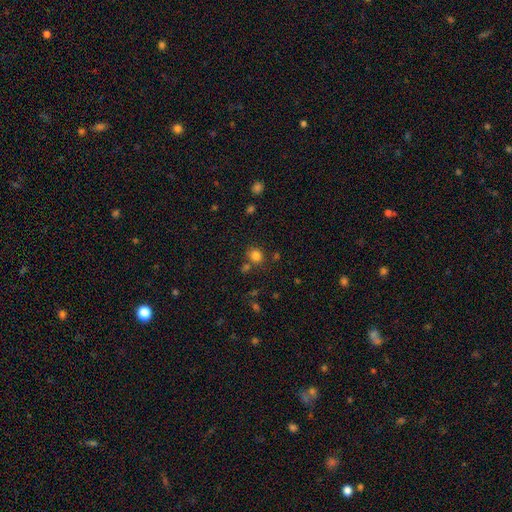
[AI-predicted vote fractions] smooth_or_featured: smooth (p=0.81) [alt: star or artifact p=0.14]
how_rounded: round (p=0.80) [alt: in between p=0.19]
merging: none (p=0.72) [alt: merger p=0.13]